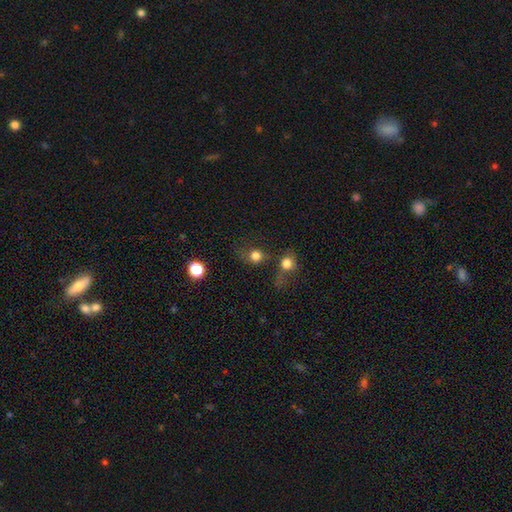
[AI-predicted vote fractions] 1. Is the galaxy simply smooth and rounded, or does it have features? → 76% smooth, 15% star or artifact, 9% featured or disk.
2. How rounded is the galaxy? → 82% round, 17% in between, 1% cigar-shaped.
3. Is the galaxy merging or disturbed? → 48% none, 25% merger, 14% minor disturbance, 13% major disturbance.